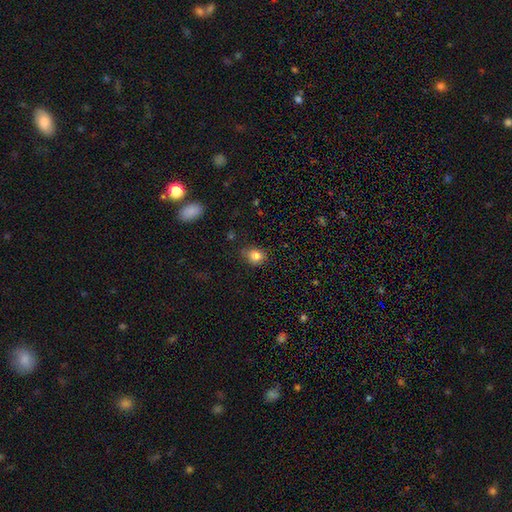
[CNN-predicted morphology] A smooth galaxy with no disk features (83%) that is round (57%). Merging: none (73%).